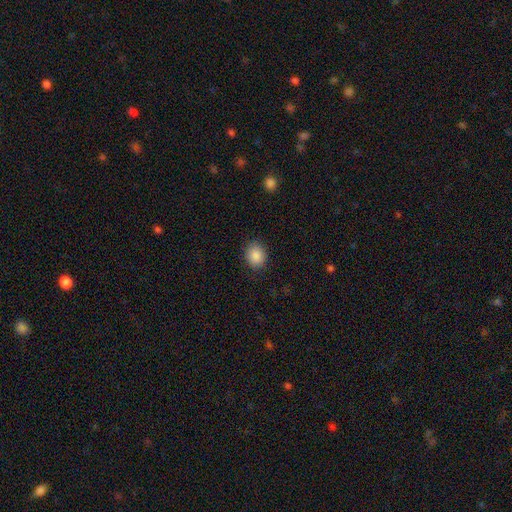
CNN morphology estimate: smooth-or-featured: smooth: 88% | star or artifact: 8% | featured or disk: 4%
  how-rounded: round: 65% | in between: 34% | cigar-shaped: 1%
  merging: none: 88% | minor disturbance: 9% | major disturbance: 2% | merger: 1%